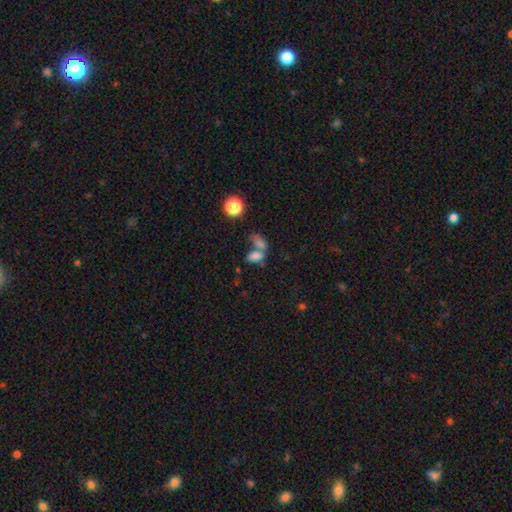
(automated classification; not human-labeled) Morphology: type=smooth (77%); roundness=in between (87%); merging=merger (53%).